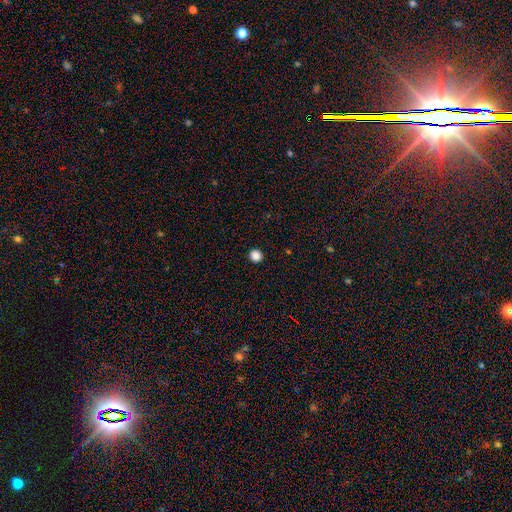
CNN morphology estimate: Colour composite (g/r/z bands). It shows a smooth galaxy with no disk features (87%) that is round (92%). Merging: none (94%).